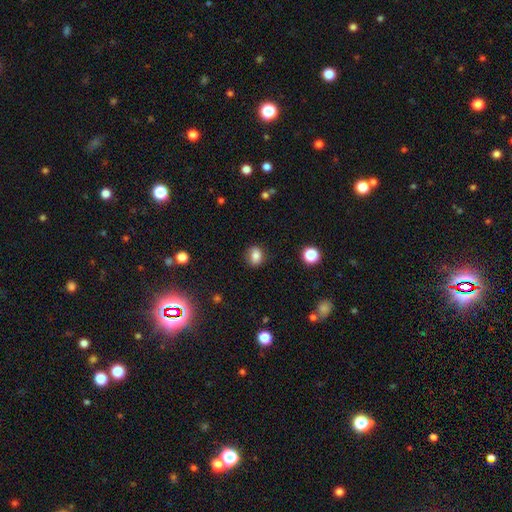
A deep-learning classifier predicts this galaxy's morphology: Smooth or featured? Predicted: smooth (p=0.79). How rounded? Predicted: in between (p=0.50). Merging? Predicted: none (p=0.80).